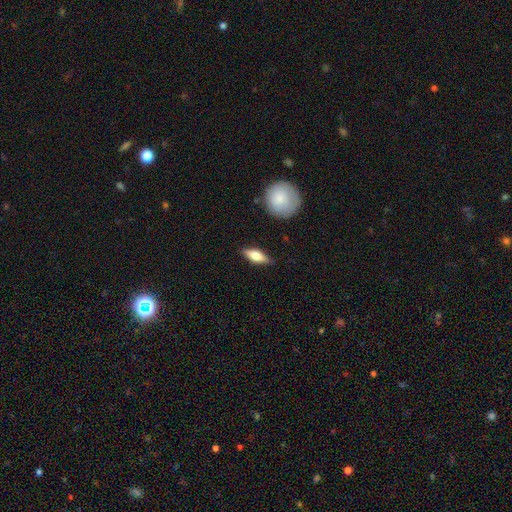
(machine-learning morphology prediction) This appears to be a smooth galaxy with no disk features (55%) that is in between round and cigar-shaped (60%). Merging: none (84%).